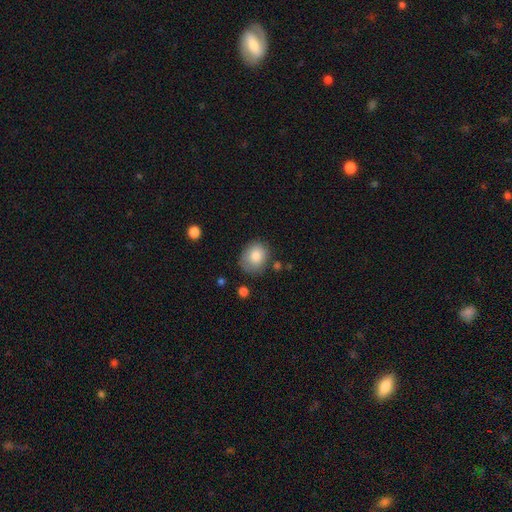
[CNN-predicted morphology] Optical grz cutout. It shows a smooth galaxy with no disk features (82%) that is round (59%). Merging: none (70%).